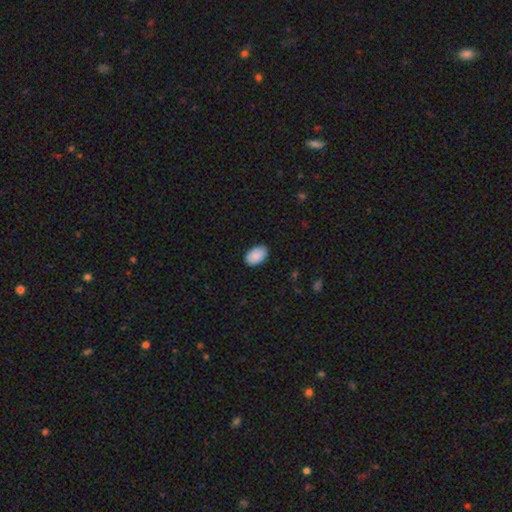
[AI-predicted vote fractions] The model was most divided on "merging": none: 89%, minor disturbance: 8%, major disturbance: 2%, merger: 1%. More confident: how rounded — in between (93%); smooth or featured — smooth (91%).